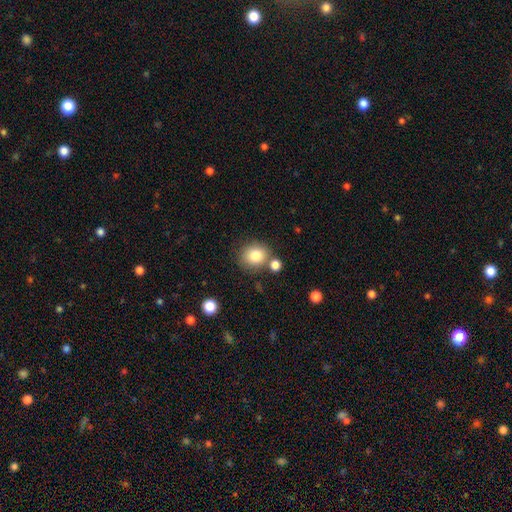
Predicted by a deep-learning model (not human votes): Smooth or featured? smooth (82%)
How rounded? round (76%)
Merging? none (72%)